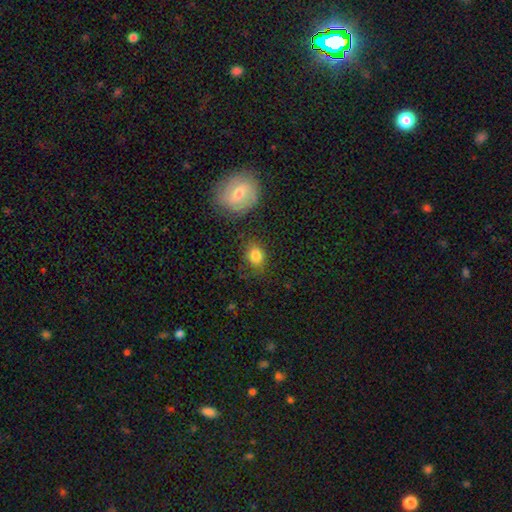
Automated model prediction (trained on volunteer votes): Smooth or featured? Predicted: smooth (p=0.81). How rounded? Predicted: in between (p=0.57). Merging? Predicted: none (p=0.71).